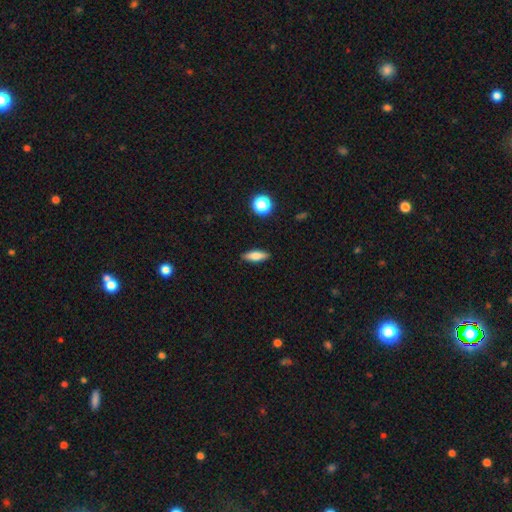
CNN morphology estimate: The model was most divided on "how rounded": in between: 52%, cigar-shaped: 44%, round: 4%. More confident: merging — none (88%); smooth or featured — smooth (75%).